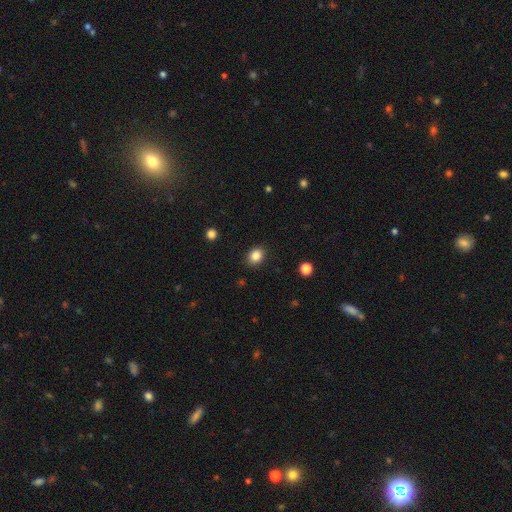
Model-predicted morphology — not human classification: A smooth galaxy with no disk features (85%) that is in between round and cigar-shaped (52%). Merging: none (88%).